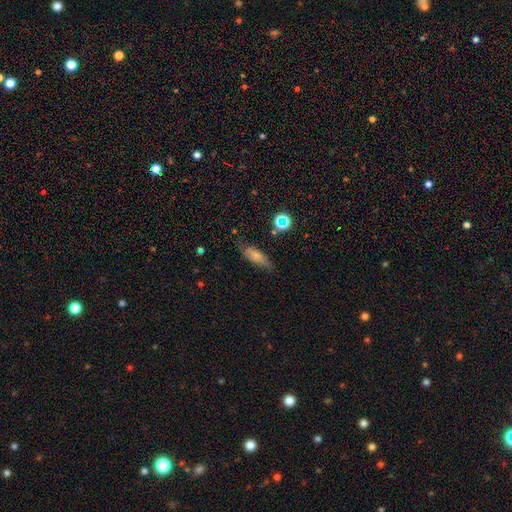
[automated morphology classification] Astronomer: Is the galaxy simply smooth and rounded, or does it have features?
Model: smooth — 63%.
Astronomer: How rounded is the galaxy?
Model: in between — 68%.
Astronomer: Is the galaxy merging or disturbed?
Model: none — 60%.